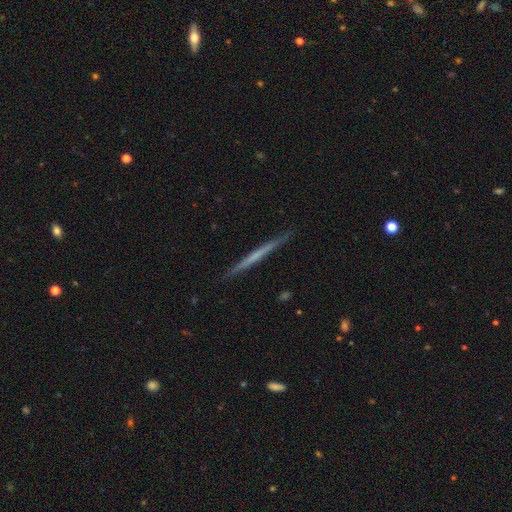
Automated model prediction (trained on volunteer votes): The model was most divided on "smooth or featured": featured or disk: 54%, smooth: 40%, star or artifact: 5%. More confident: edge-on disk — yes (98%); merging — none (91%); edge-on bulge — none (88%).